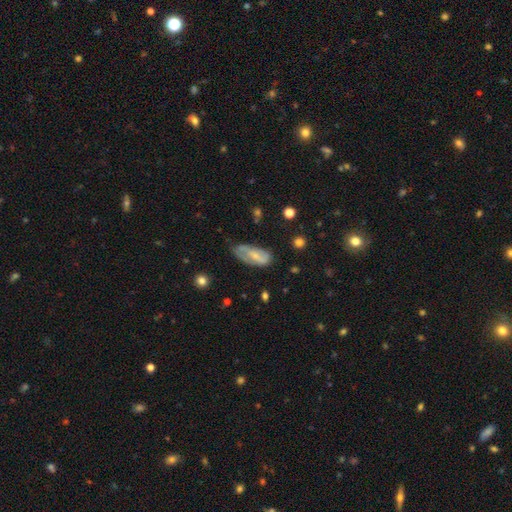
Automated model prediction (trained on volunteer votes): The model was most divided on "smooth or featured": featured or disk: 52%, smooth: 41%, star or artifact: 7%. More confident: edge-on disk — no (87%); merging — none (54%).